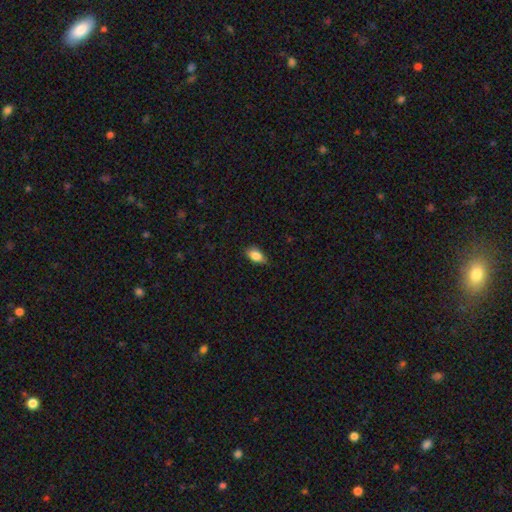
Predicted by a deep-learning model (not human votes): Smooth or featured?
  - smooth: 85% *
  - star or artifact: 8%
  - featured or disk: 7%
How rounded?
  - in between: 88% *
  - round: 8%
  - cigar-shaped: 4%
Merging?
  - none: 74% *
  - minor disturbance: 22%
  - major disturbance: 3%
  - merger: 1%